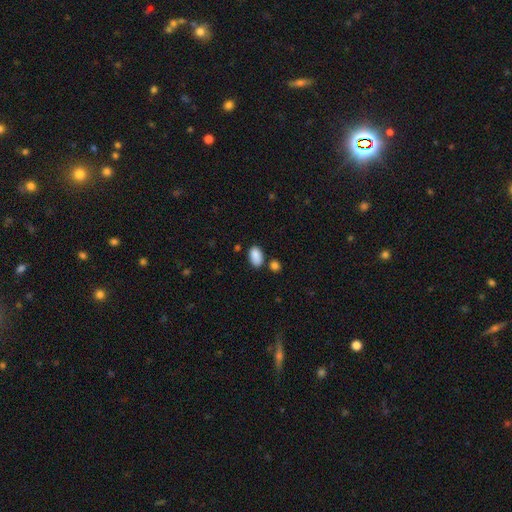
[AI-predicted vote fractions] This appears to be a smooth galaxy with no disk features (88%) that is in between round and cigar-shaped (93%). Merging: none (72%).